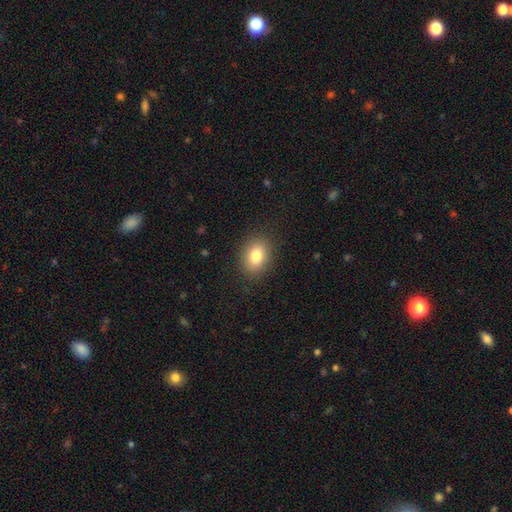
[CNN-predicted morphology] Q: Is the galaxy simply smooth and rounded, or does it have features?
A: smooth — 82%.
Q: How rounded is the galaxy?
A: in between — 69%.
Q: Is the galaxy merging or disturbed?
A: none — 87%.